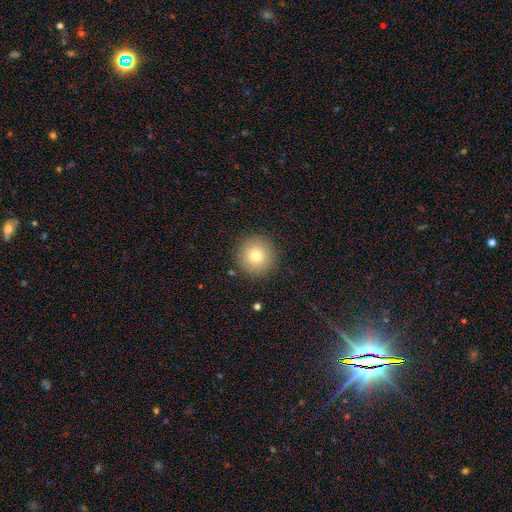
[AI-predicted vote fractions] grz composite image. It shows a smooth galaxy with no disk features (78%) that is round (96%). Merging: none (91%).